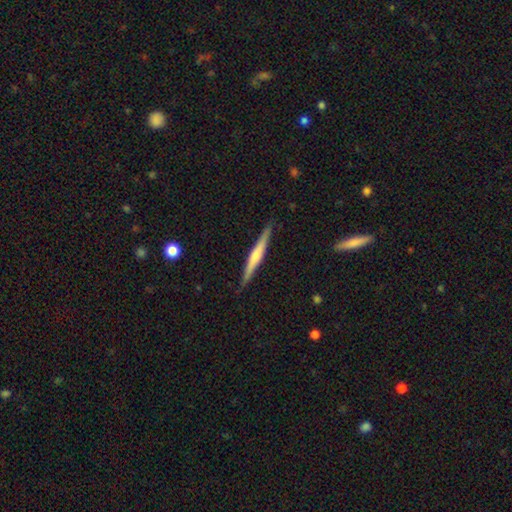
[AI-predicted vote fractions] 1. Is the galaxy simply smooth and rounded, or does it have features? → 59% featured or disk, 36% smooth, 6% star or artifact.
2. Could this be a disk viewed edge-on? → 98% yes, 2% no.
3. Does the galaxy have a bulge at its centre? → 61% rounded, 26% none, 12% boxy.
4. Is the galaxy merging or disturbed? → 90% none, 8% minor disturbance, 1% major disturbance, 1% merger.